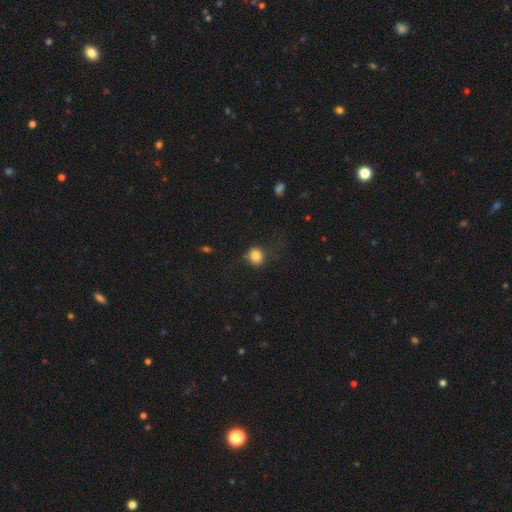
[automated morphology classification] Overall: smooth (82%). How rounded: round (83%). Merging: none (72%).